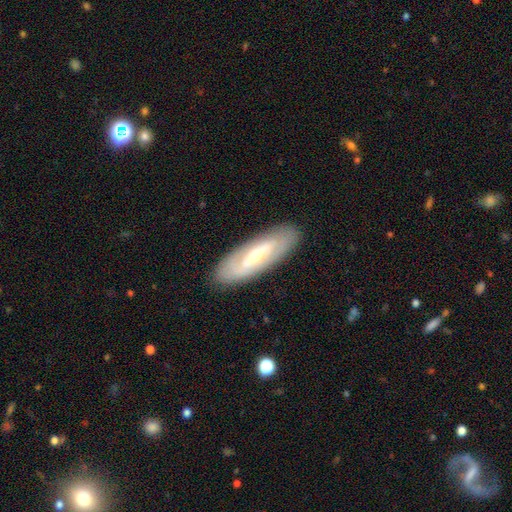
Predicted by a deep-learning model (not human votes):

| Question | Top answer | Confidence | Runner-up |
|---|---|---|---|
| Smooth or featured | featured or disk | 67% | smooth (27%) |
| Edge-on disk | no | 73% | yes (27%) |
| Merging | none | 87% | minor disturbance (9%) |